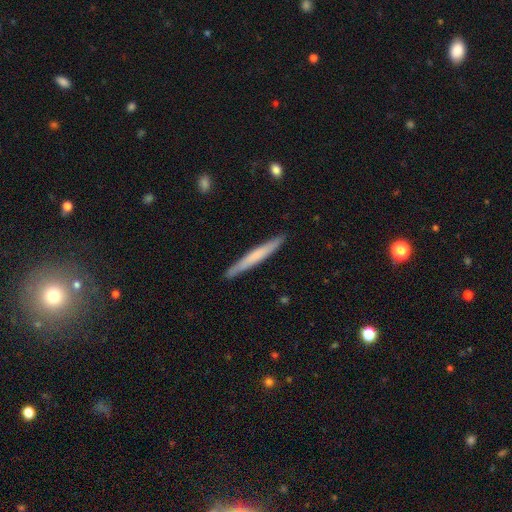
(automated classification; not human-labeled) Smooth or featured? Predicted: smooth (p=0.58). How rounded? Predicted: cigar-shaped (p=0.97). Merging? Predicted: none (p=0.90).